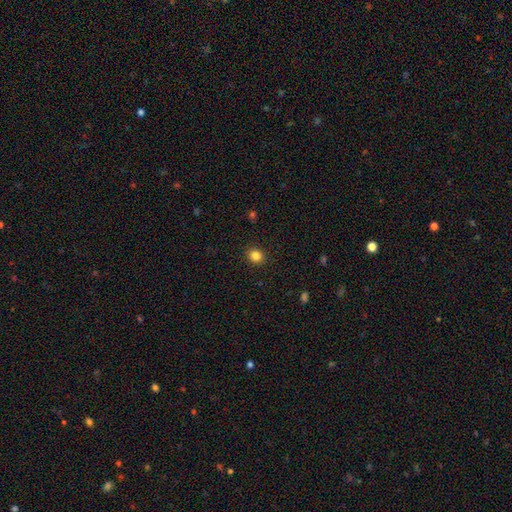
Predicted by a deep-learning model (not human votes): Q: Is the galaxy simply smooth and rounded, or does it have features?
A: smooth — 83%.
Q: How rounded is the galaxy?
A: round — 83%.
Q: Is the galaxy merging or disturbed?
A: none — 92%.